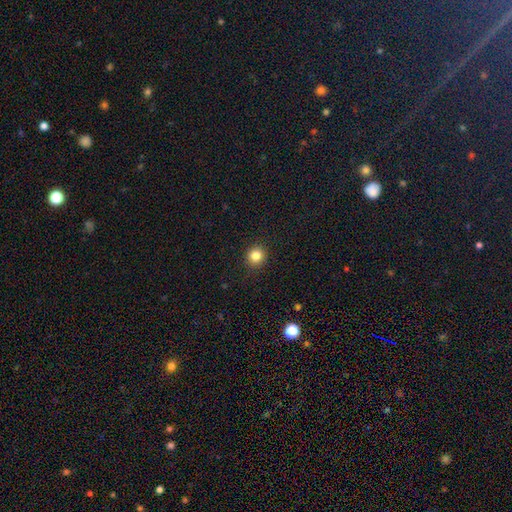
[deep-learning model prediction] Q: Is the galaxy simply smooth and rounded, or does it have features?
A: smooth — 83%.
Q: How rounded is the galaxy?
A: round — 91%.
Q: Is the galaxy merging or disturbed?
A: none — 92%.